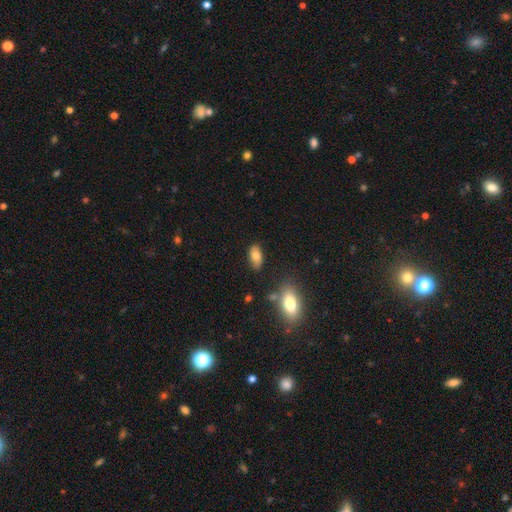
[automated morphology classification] Smooth or featured: smooth — 78% (featured or disk — 14%)
How rounded: in between — 91% (cigar-shaped — 5%)
Merging: none — 81% (minor disturbance — 13%)